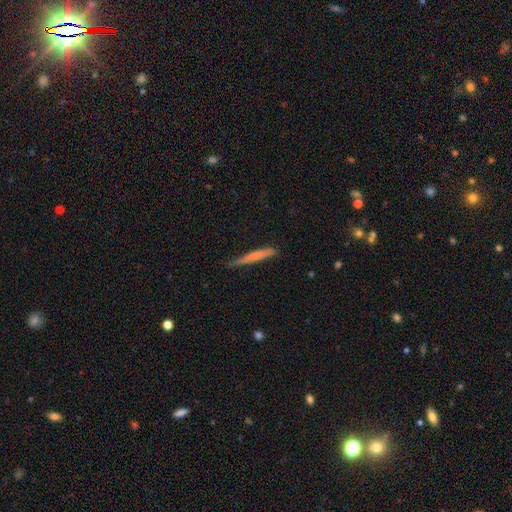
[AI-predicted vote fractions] smooth-or-featured: smooth: 65% | featured or disk: 29% | star or artifact: 6%
  how-rounded: cigar-shaped: 95% | in between: 3% | round: 1%
  merging: none: 72% | minor disturbance: 23% | major disturbance: 4% | merger: 2%